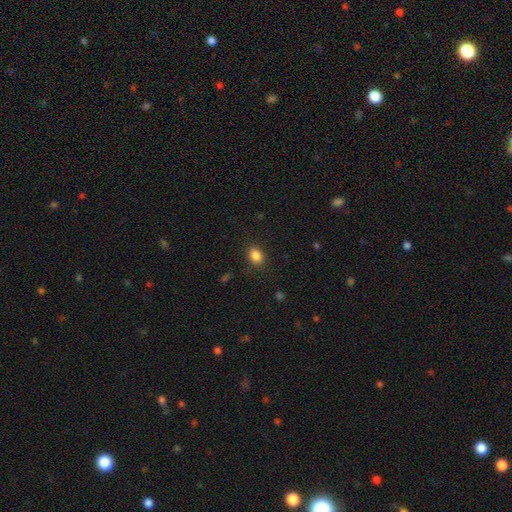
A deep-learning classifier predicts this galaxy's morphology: The model was most divided on "how rounded": in between: 65%, round: 34%, cigar-shaped: 1%. More confident: smooth or featured — smooth (86%); merging — none (85%).